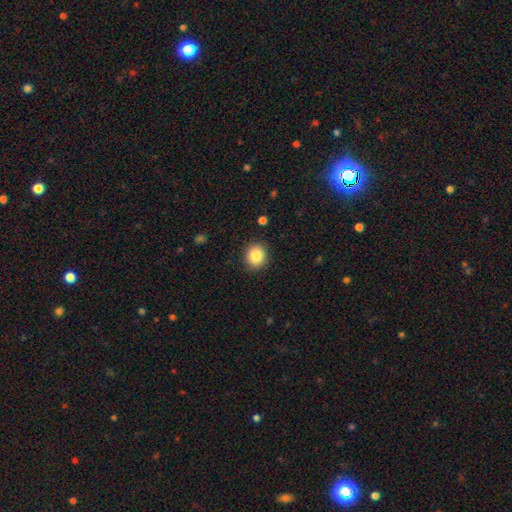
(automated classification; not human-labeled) A smooth galaxy with no disk features (86%) that is round (80%).

Vote fractions:
- Smooth or featured? smooth: 86% / star or artifact: 9% / featured or disk: 5%
- How rounded? round: 80% / in between: 19% / cigar-shaped: 1%
- Merging? none: 89% / minor disturbance: 8% / major disturbance: 2% / merger: 1%